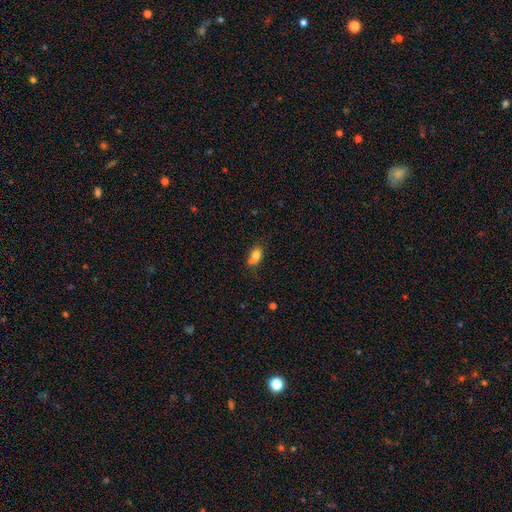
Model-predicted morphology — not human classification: A smooth galaxy with no disk features (76%) that is in between round and cigar-shaped (69%). Merging: none (41%).